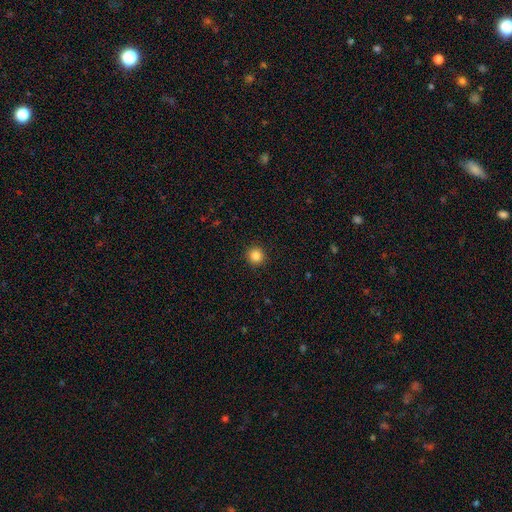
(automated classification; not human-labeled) Smooth or featured? smooth (85%)
How rounded? round (95%)
Merging? none (93%)